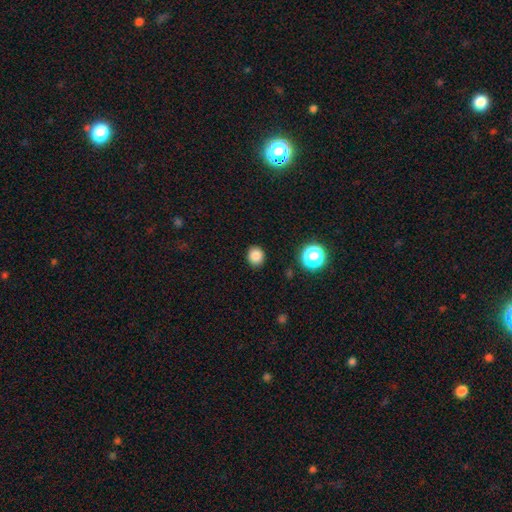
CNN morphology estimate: A smooth galaxy with no disk features (84%) that is round (75%). Merging: none (89%).